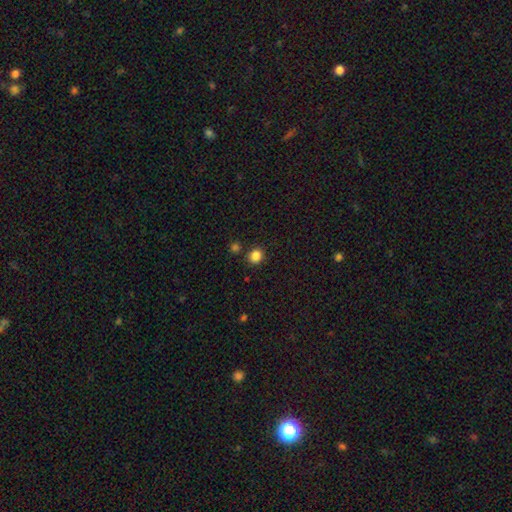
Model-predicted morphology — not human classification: This appears to be a smooth galaxy with no disk features (84%) that is round (84%). Merging: none (85%).